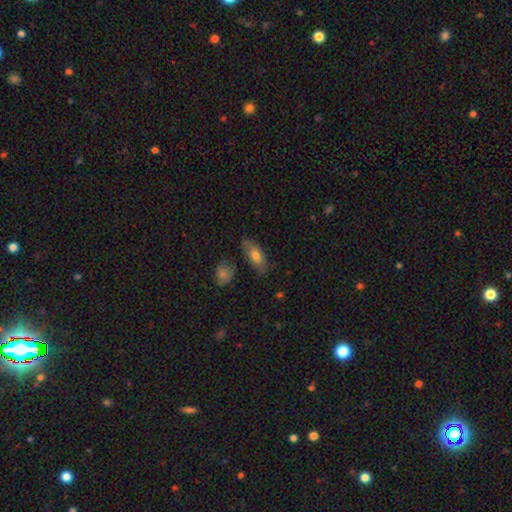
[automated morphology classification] smooth 72%, featured or disk 22%, star or artifact 7%. Down the decision tree: how rounded — in between (84%); merging — none (75%).